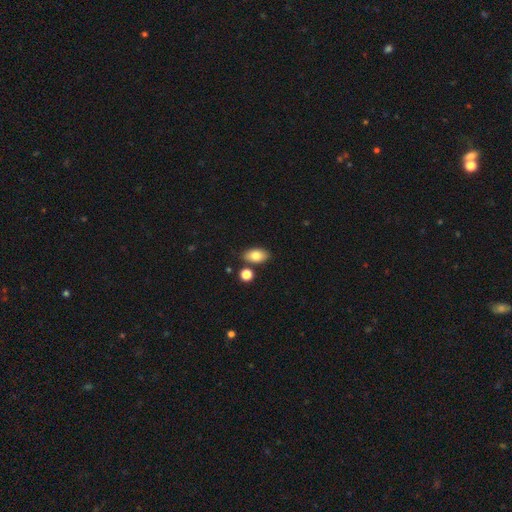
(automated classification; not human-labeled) Morphology: type=smooth (81%); roundness=in between (90%); merging=none (80%).